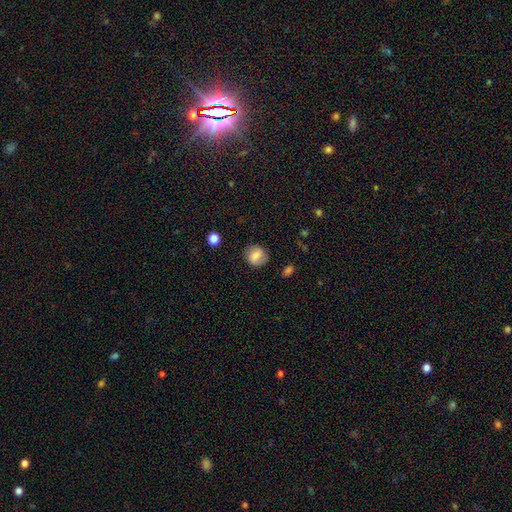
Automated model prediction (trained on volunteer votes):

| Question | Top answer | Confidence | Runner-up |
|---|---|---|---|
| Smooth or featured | smooth | 76% | featured or disk (15%) |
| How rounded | round | 78% | in between (21%) |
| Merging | none | 81% | minor disturbance (13%) |